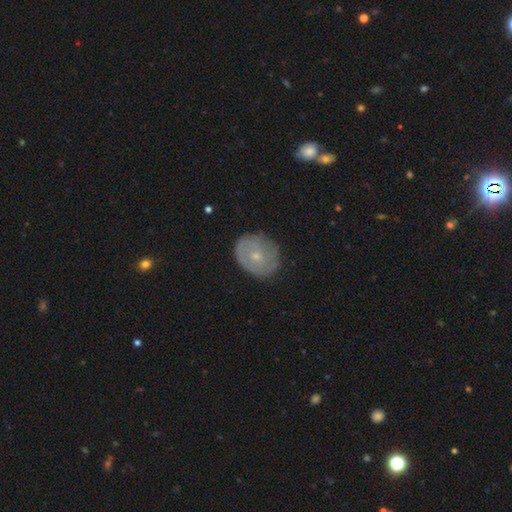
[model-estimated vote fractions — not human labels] smooth-or-featured: featured or disk: 50% | smooth: 42% | star or artifact: 7%
  disk-edge-on: no: 95% | yes: 5%
  merging: none: 79% | minor disturbance: 16% | major disturbance: 4% | merger: 1%